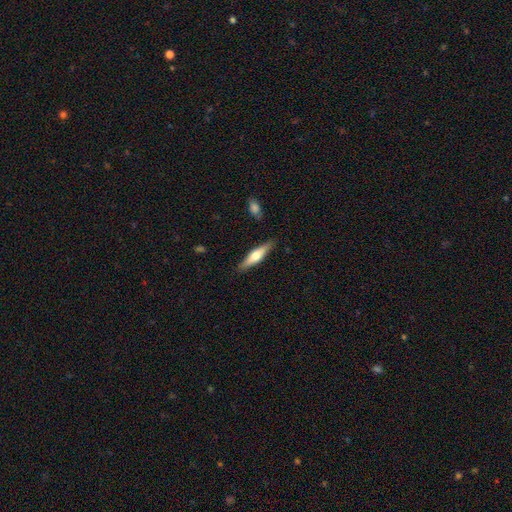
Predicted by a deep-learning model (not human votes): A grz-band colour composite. It shows a smooth galaxy with no disk features (51%) that is cigar-shaped (73%). Merging: none (87%).